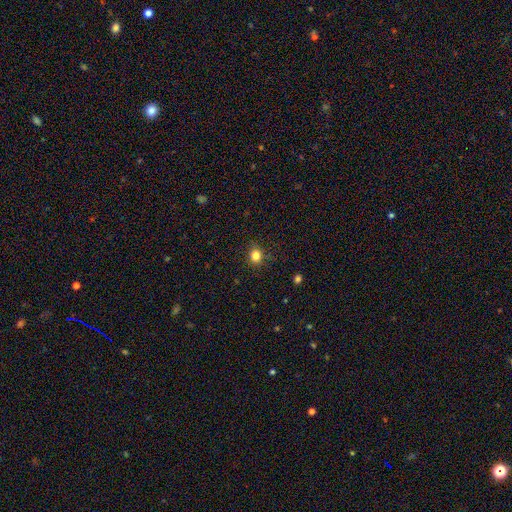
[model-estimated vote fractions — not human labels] Smooth or featured?
  - smooth: 82% *
  - star or artifact: 13%
  - featured or disk: 5%
How rounded?
  - round: 78% *
  - in between: 21%
  - cigar-shaped: 1%
Merging?
  - none: 86% *
  - minor disturbance: 10%
  - major disturbance: 3%
  - merger: 1%